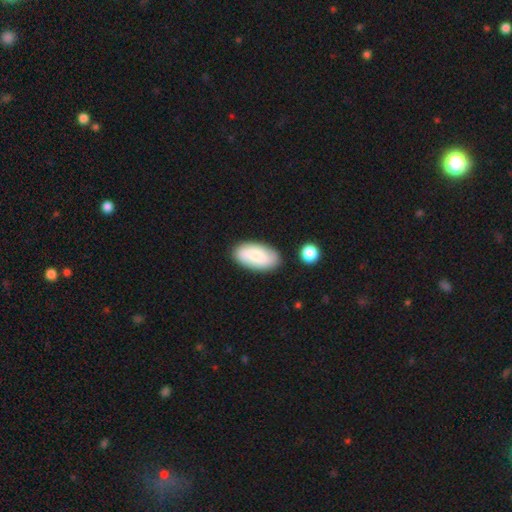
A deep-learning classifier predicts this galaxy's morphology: smooth-or-featured: smooth: 71% | featured or disk: 22% | star or artifact: 6%
  how-rounded: in between: 94% | cigar-shaped: 4% | round: 2%
  merging: none: 81% | minor disturbance: 12% | merger: 5% | major disturbance: 3%